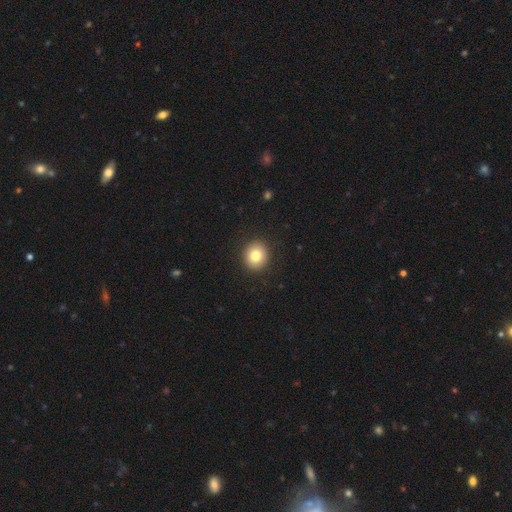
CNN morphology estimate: The model was most divided on "how rounded": round: 82%, in between: 17%, cigar-shaped: 1%. More confident: merging — none (91%); smooth or featured — smooth (81%).